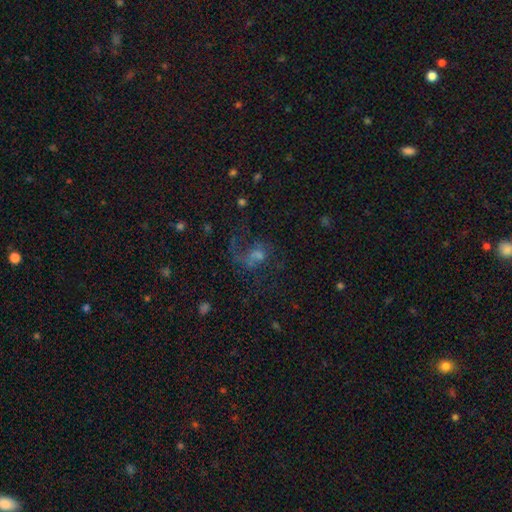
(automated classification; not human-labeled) This appears to be a featured or disk galaxy (42%). Merging: major disturbance (41%).